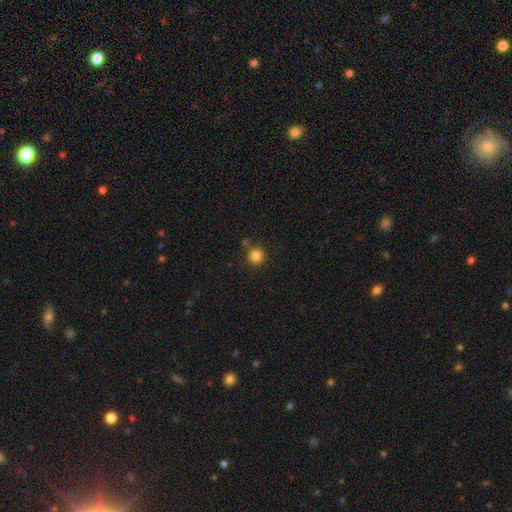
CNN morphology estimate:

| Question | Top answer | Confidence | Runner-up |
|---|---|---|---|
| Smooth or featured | smooth | 84% | star or artifact (12%) |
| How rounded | round | 94% | in between (5%) |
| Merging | none | 83% | minor disturbance (8%) |